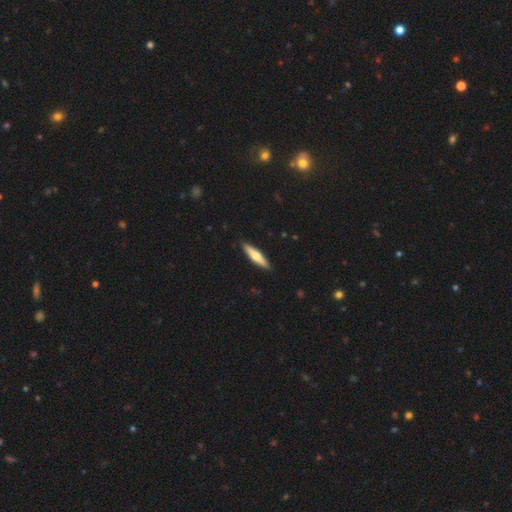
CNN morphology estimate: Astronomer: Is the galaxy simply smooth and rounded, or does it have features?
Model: smooth — 52% (runner-up: featured or disk, 44%).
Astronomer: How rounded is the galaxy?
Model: cigar-shaped — 80%.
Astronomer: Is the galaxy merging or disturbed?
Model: none — 91%.